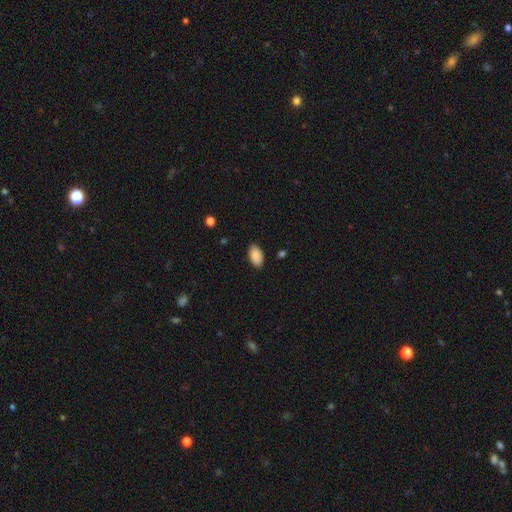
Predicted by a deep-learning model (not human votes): Overall: smooth (89%). How rounded: in between (95%). Merging: none (87%).